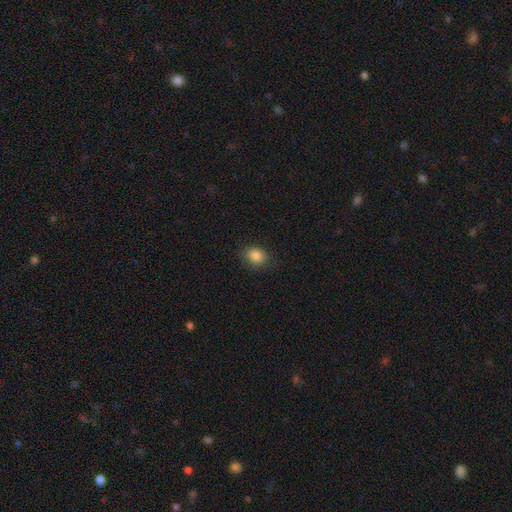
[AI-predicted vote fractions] Smooth or featured? smooth (85%)
How rounded? in between (50%)
Merging? none (85%)